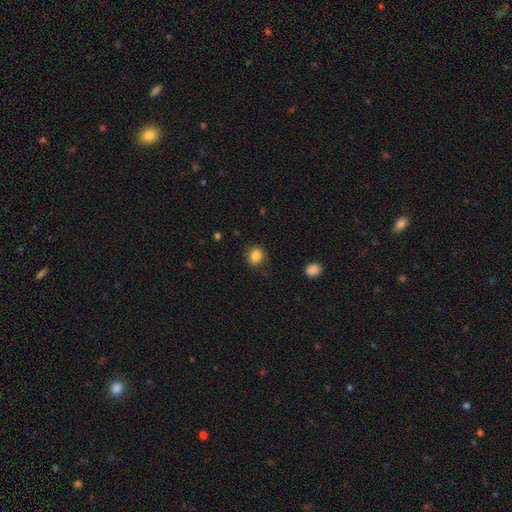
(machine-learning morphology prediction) A smooth galaxy with no disk features (84%) that is round (63%).

Vote fractions:
- Smooth or featured? smooth: 84% / star or artifact: 9% / featured or disk: 6%
- How rounded? round: 63% / in between: 36% / cigar-shaped: 1%
- Merging? none: 80% / minor disturbance: 14% / major disturbance: 4% / merger: 1%